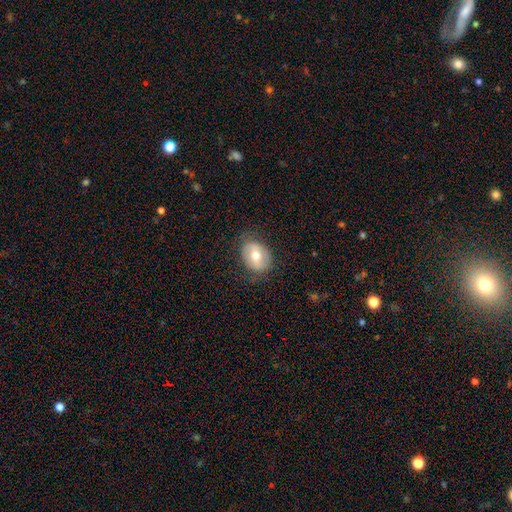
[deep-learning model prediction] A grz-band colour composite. It shows a smooth galaxy with no disk features (57%) that is in between round and cigar-shaped (60%). Merging: none (79%).